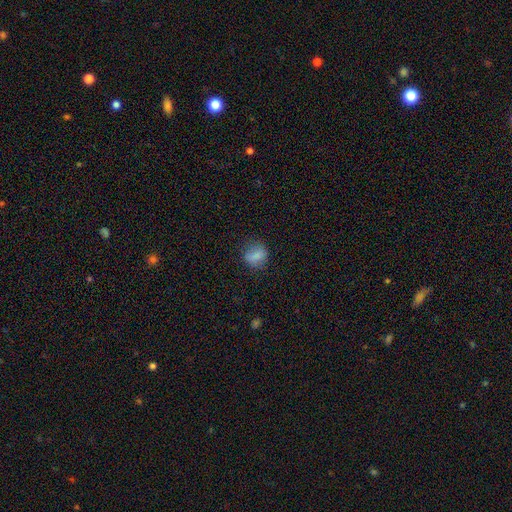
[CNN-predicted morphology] Smooth or featured? Predicted: smooth (p=0.77). How rounded? Predicted: round (p=0.58). Merging? Predicted: none (p=0.74).